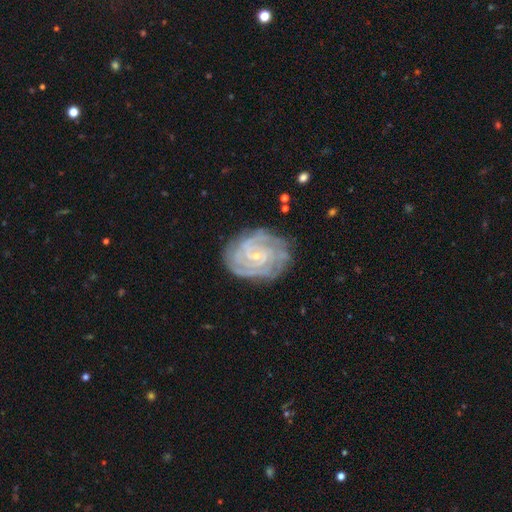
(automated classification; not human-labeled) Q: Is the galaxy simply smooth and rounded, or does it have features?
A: featured or disk — 89%.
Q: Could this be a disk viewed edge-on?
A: no — 98%.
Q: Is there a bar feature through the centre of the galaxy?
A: no — 57%.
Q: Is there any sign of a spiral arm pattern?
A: yes — 98%.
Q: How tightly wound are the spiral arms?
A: tight — 78%.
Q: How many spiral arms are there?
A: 3 — 23%.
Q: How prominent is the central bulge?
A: small — 83%.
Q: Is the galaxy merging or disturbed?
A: none — 77%.